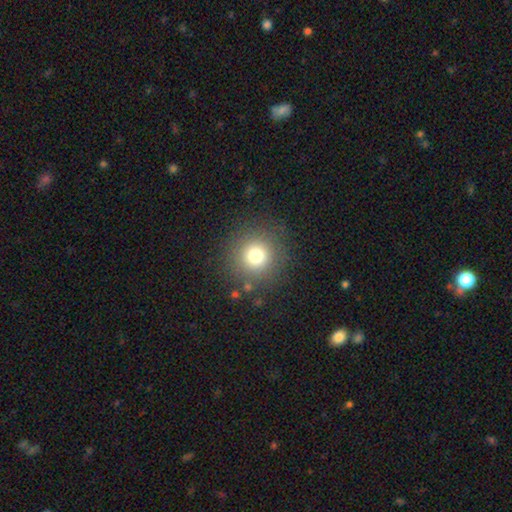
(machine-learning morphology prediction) This appears to be a smooth galaxy with no disk features (75%) that is round (95%). Merging: none (88%).